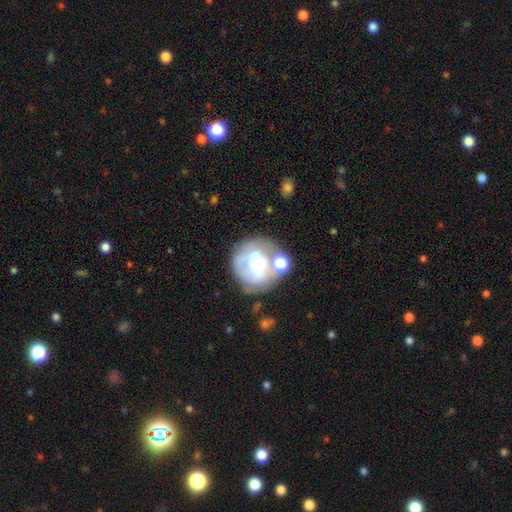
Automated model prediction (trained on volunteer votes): smooth_or_featured: featured or disk (p=0.55) [alt: smooth p=0.36]
disk_edge_on: no (p=0.98) [alt: yes p=0.02]
bar: no (p=0.79) [alt: weak p=0.16]
has_spiral_arms: no (p=0.64) [alt: yes p=0.36]
bulge_size: small (p=0.49) [alt: moderate p=0.31]
merging: none (p=0.48) [alt: merger p=0.19]